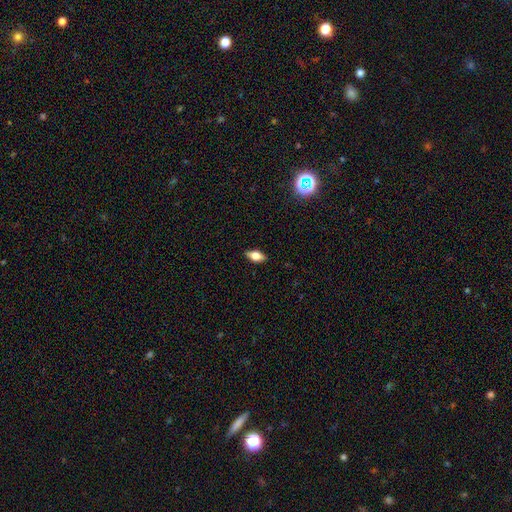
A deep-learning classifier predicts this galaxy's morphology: Smooth or featured? Predicted: smooth (p=0.64). How rounded? Predicted: in between (p=0.84). Merging? Predicted: none (p=0.88).